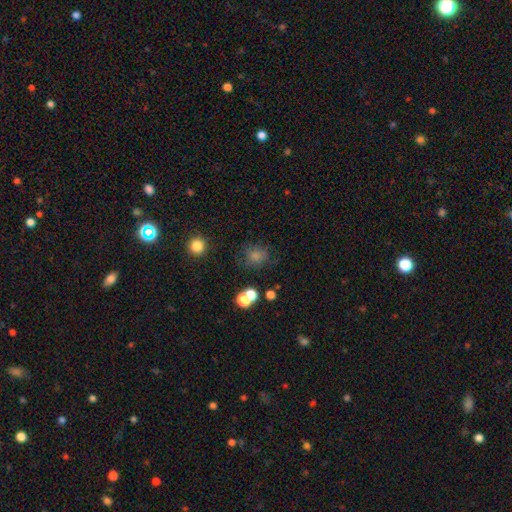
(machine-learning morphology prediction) A smooth galaxy with no disk features (59%) that is round (77%). Merging: none (74%).